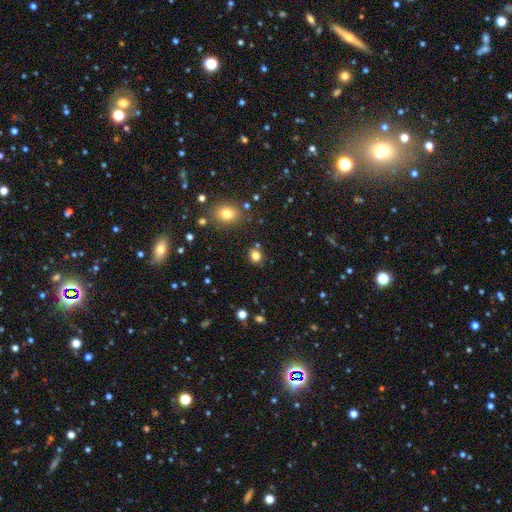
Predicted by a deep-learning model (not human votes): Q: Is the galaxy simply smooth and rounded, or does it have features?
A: smooth — 80%.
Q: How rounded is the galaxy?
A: round — 66%.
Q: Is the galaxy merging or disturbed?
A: none — 81%.